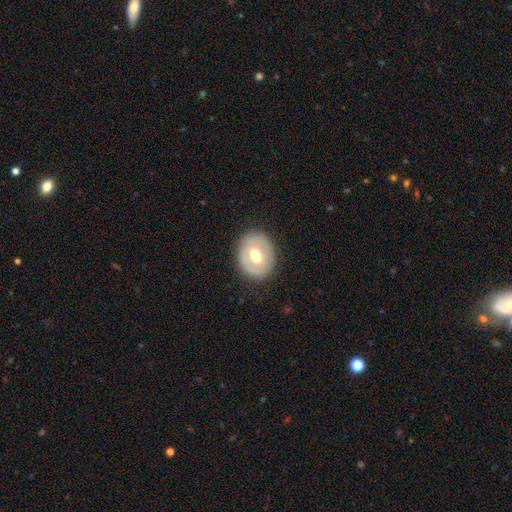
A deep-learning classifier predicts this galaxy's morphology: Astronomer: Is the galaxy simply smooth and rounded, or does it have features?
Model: featured or disk — 48% (runner-up: smooth, 46%).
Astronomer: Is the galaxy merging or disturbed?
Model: none — 85%.